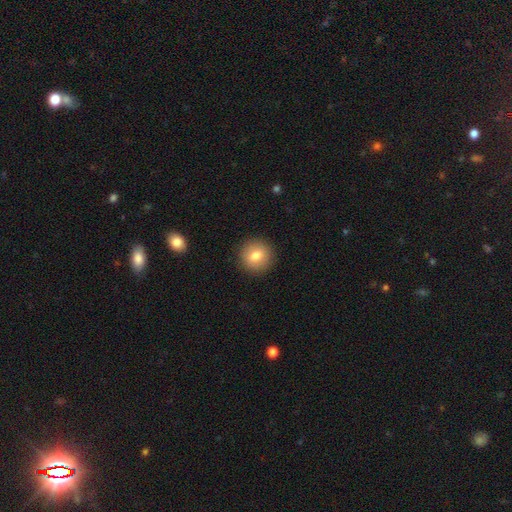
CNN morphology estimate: Smooth or featured?
  - smooth: 78% *
  - featured or disk: 13%
  - star or artifact: 9%
How rounded?
  - round: 93% *
  - in between: 6%
  - cigar-shaped: 1%
Merging?
  - none: 91% *
  - minor disturbance: 6%
  - major disturbance: 2%
  - merger: 1%